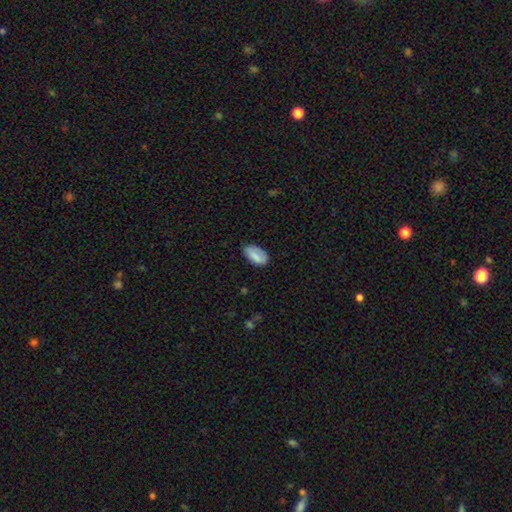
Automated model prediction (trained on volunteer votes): Q: Smooth or featured?
A: smooth (82%); runner-up: featured or disk (10%)
Q: How rounded?
A: in between (93%); runner-up: round (4%)
Q: Merging?
A: none (68%); runner-up: minor disturbance (25%)